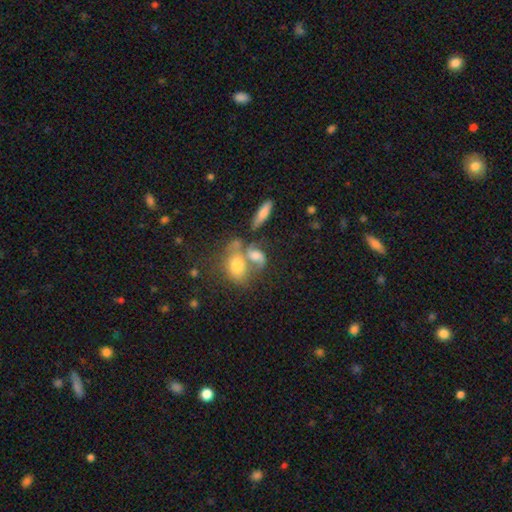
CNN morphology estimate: type=smooth (47%); merging=merger (55%).